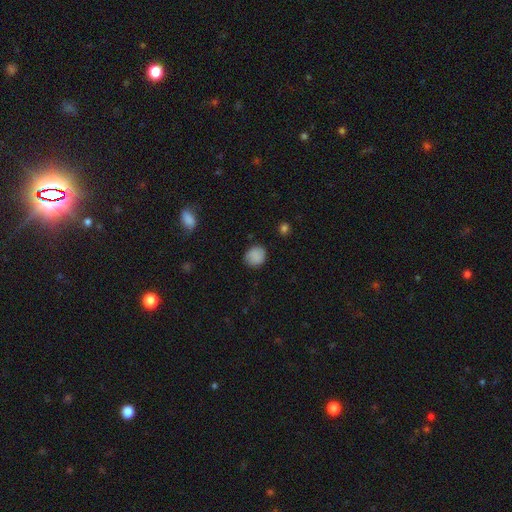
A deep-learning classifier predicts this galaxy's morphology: Smooth or featured: smooth — 85% (star or artifact — 9%)
How rounded: round — 79% (in between — 20%)
Merging: none — 83% (minor disturbance — 13%)